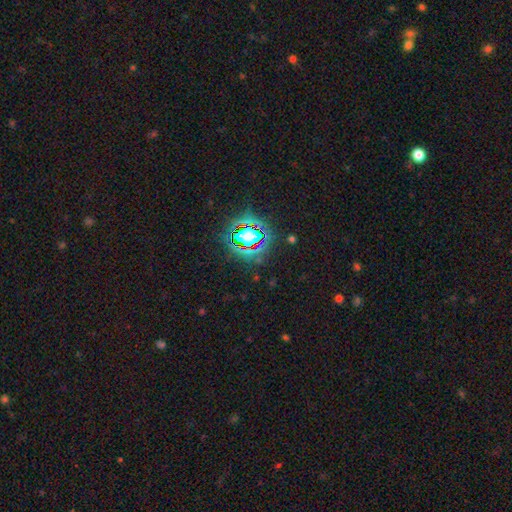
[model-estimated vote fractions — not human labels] Morphology: type=star or artifact (79%).